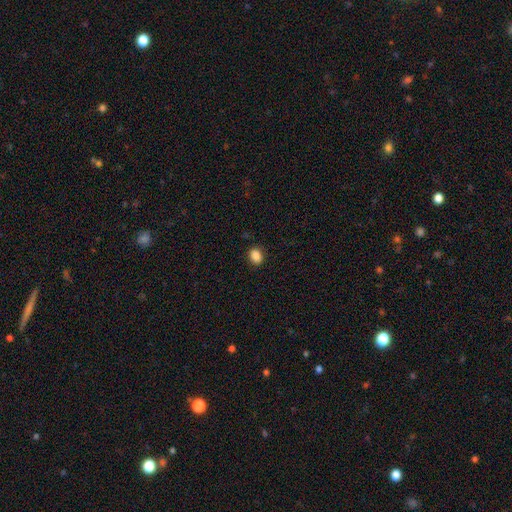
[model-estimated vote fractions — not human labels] Smooth or featured? smooth (87%)
How rounded? in between (61%)
Merging? none (89%)